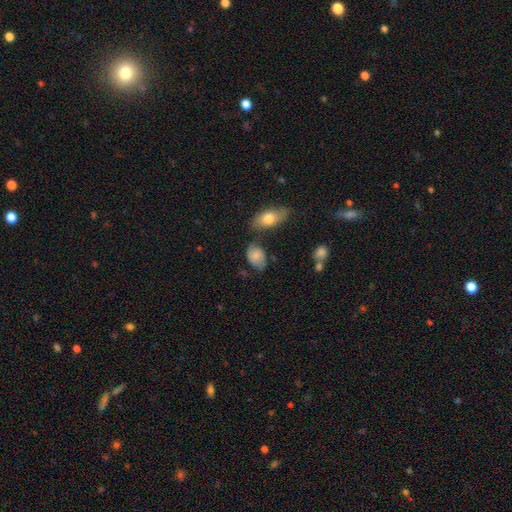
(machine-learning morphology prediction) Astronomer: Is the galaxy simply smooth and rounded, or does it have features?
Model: smooth — 73%.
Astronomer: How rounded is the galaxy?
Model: in between — 84%.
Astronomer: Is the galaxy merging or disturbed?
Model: none — 55%.